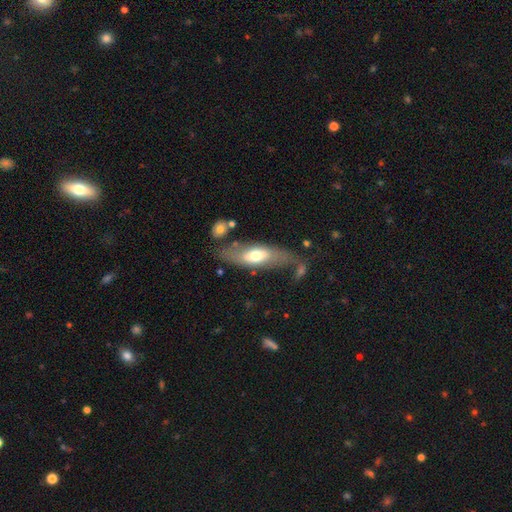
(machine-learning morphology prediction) Q: Smooth or featured?
A: smooth (53%); runner-up: featured or disk (41%)
Q: How rounded?
A: in between (66%); runner-up: cigar-shaped (31%)
Q: Merging?
A: none (57%); runner-up: minor disturbance (21%)